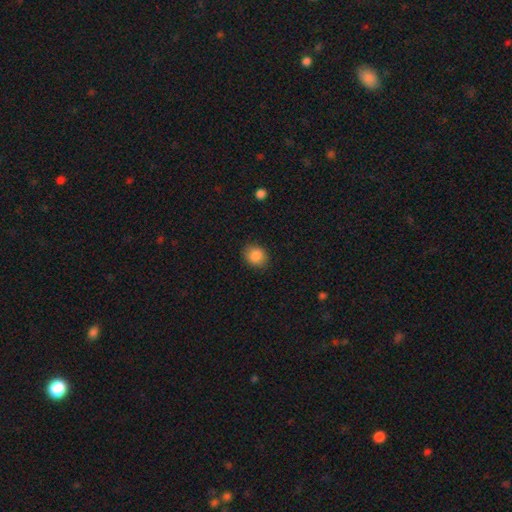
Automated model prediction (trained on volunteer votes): This appears to be a smooth galaxy with no disk features (86%) that is round (64%). Merging: none (85%).